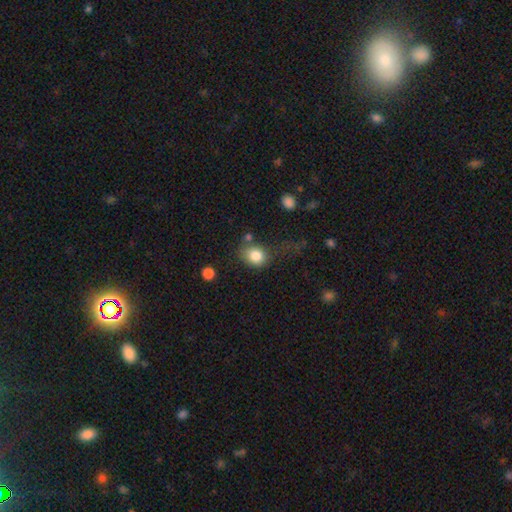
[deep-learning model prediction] A smooth galaxy with no disk features (83%) that is round (60%). Merging: none (54%).